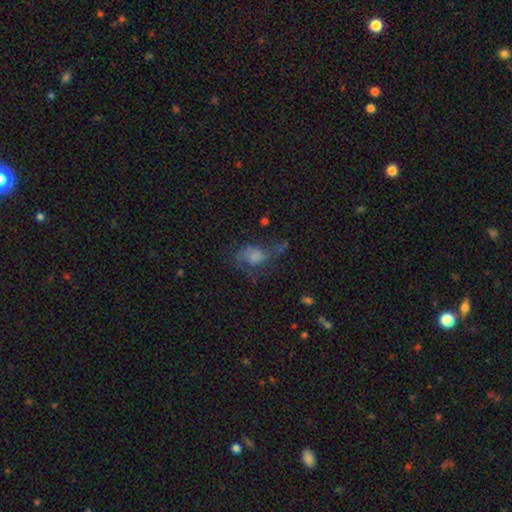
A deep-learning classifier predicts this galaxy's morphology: The model was most divided on "merging": major disturbance: 39%, none: 34%, minor disturbance: 22%, merger: 4%. Remaining: smooth or featured — smooth (47%).